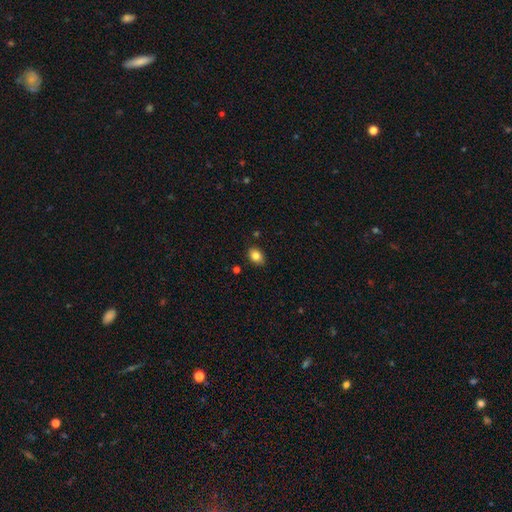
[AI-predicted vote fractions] A smooth galaxy with no disk features (84%) that is in between round and cigar-shaped (74%). Merging: none (86%).